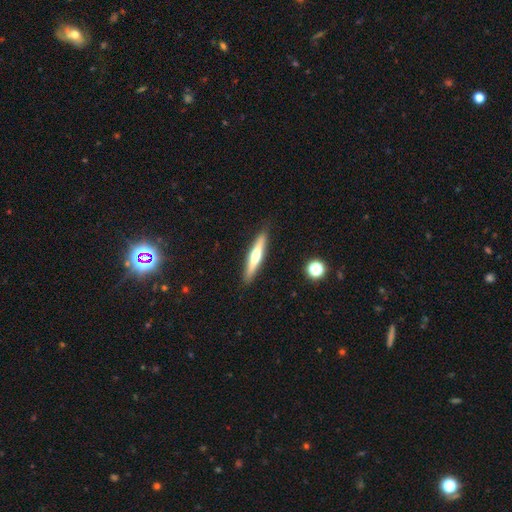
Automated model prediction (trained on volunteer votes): Smooth or featured?
  - featured or disk: 52% *
  - smooth: 42%
  - star or artifact: 6%
Edge-on disk?
  - yes: 95% *
  - no: 5%
Merging?
  - none: 90% *
  - minor disturbance: 7%
  - major disturbance: 2%
  - merger: 1%